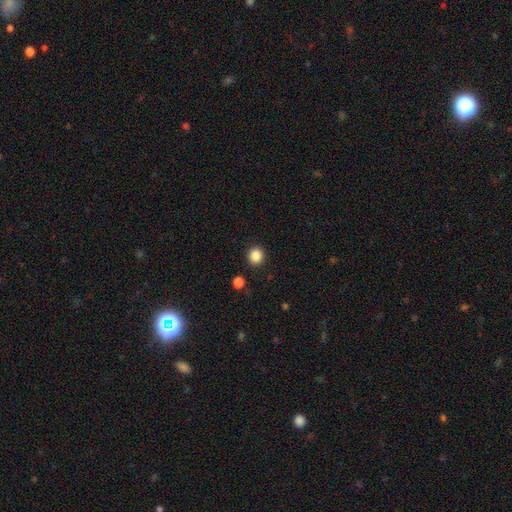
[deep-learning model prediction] smooth 86%, star or artifact 10%, featured or disk 3%. Down the decision tree: how rounded — round (91%); merging — none (92%).